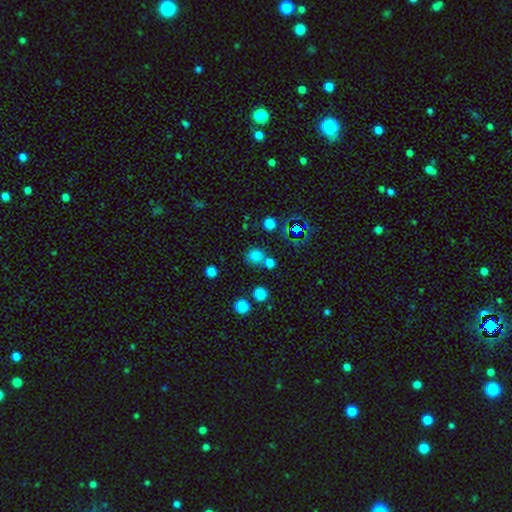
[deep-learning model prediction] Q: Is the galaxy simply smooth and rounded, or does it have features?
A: smooth — 74%.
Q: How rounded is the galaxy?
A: round — 85%.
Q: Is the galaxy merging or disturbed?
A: none — 68%.